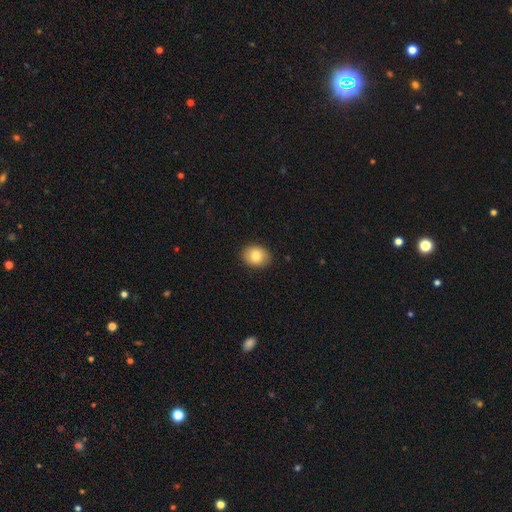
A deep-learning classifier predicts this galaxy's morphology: Smooth or featured: smooth — 81% (featured or disk — 10%)
How rounded: in between — 52% (round — 47%)
Merging: none — 89% (minor disturbance — 8%)